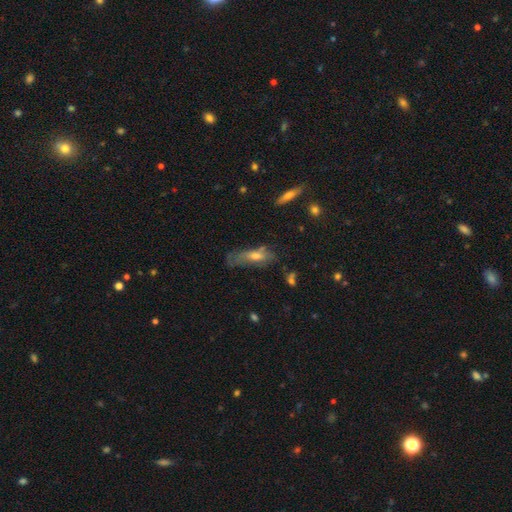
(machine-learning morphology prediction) Smooth or featured? Predicted: smooth (p=0.49). Merging? Predicted: none (p=0.38).